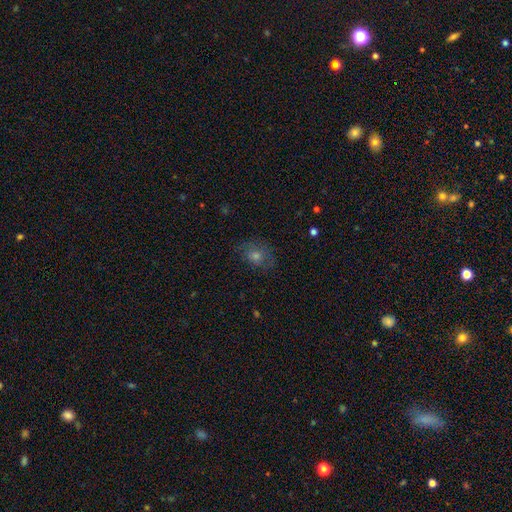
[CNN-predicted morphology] This appears to be a smooth galaxy with no disk features (49%). Merging: none (70%).